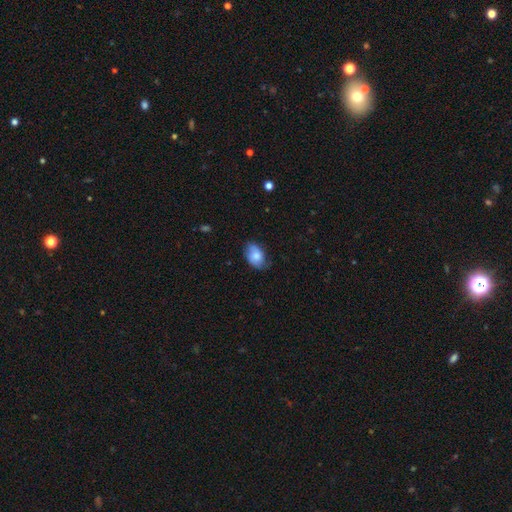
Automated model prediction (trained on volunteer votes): Smooth or featured? smooth (68%)
How rounded? in between (87%)
Merging? none (66%)